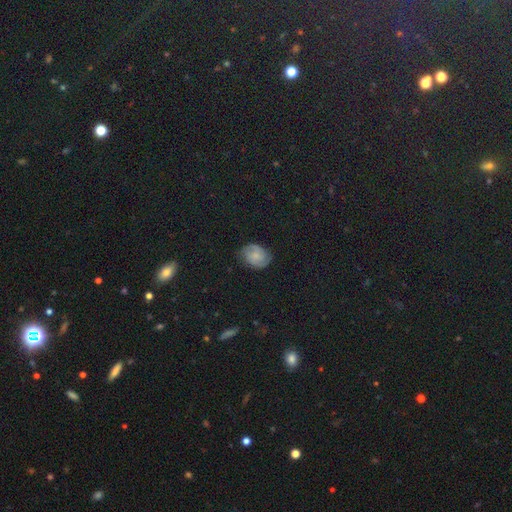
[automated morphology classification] smooth 44%, featured or disk 43%, star or artifact 13%. Down the decision tree: merging — none (75%).